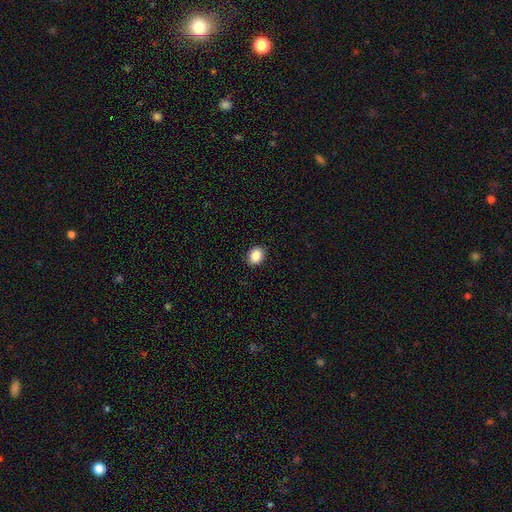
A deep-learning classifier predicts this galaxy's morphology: Smooth or featured?
  - smooth: 88% *
  - star or artifact: 9%
  - featured or disk: 4%
How rounded?
  - in between: 55% *
  - round: 44%
  - cigar-shaped: 1%
Merging?
  - none: 90% *
  - minor disturbance: 7%
  - major disturbance: 2%
  - merger: 1%